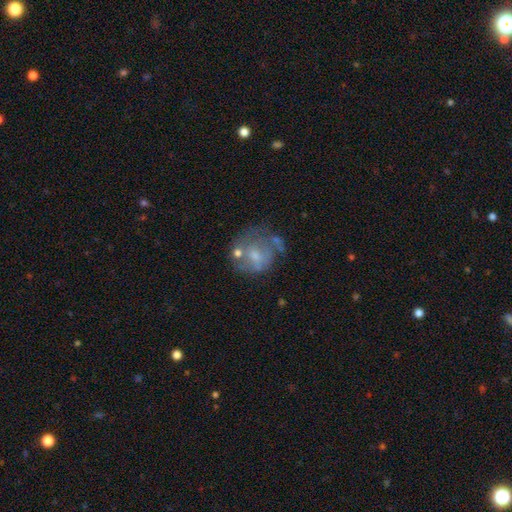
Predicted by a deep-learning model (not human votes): Smooth or featured?
  - featured or disk: 56% *
  - smooth: 36%
  - star or artifact: 9%
Edge-on disk?
  - no: 98% *
  - yes: 2%
Bar?
  - no: 66% *
  - weak: 29%
  - strong: 5%
Spiral arms?
  - yes: 53% *
  - no: 47%
Bulge size?
  - moderate: 43% *
  - small: 42%
  - none: 10%
  - large: 3%
  - dominant: 1%
Merging?
  - none: 40% *
  - major disturbance: 23%
  - minor disturbance: 23%
  - merger: 14%